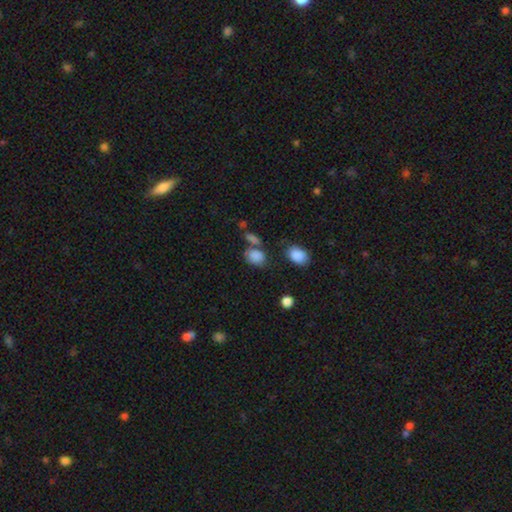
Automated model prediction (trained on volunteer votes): This is clearly a smooth galaxy (83%). How rounded: likely in between (61%). Merging: possibly none (54%).